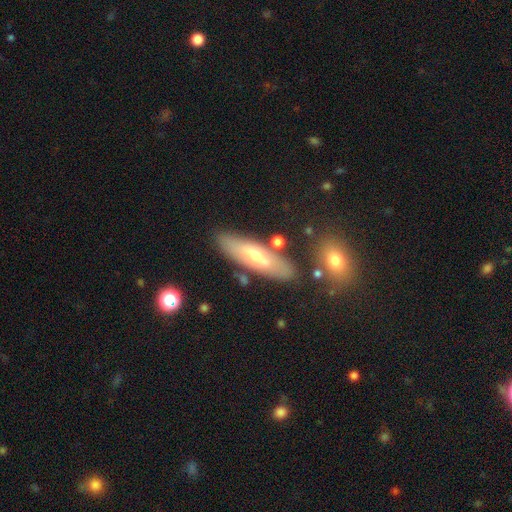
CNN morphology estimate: featured or disk 47%, smooth 44%, star or artifact 9%. Down the decision tree: merging — none (81%).